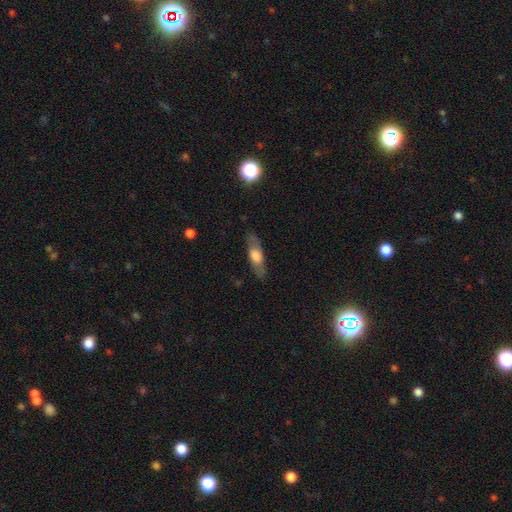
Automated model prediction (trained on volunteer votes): smooth 52%, featured or disk 42%, star or artifact 6%. Down the decision tree: how rounded — in between (50%); merging — none (82%).